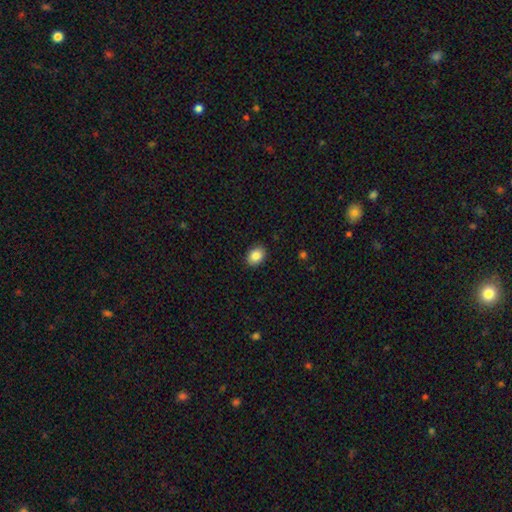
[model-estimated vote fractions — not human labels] smooth-or-featured: smooth: 87% | star or artifact: 8% | featured or disk: 5%
  how-rounded: in between: 67% | round: 32% | cigar-shaped: 1%
  merging: none: 90% | minor disturbance: 7% | major disturbance: 2% | merger: 1%